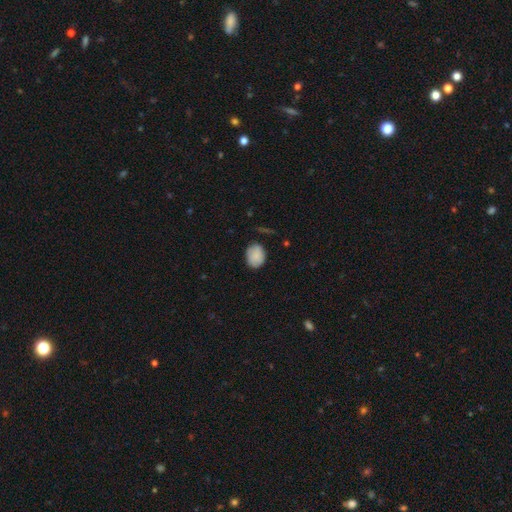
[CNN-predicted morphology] This appears to be a smooth galaxy with no disk features (85%) that is in between round and cigar-shaped (56%). Merging: none (72%).